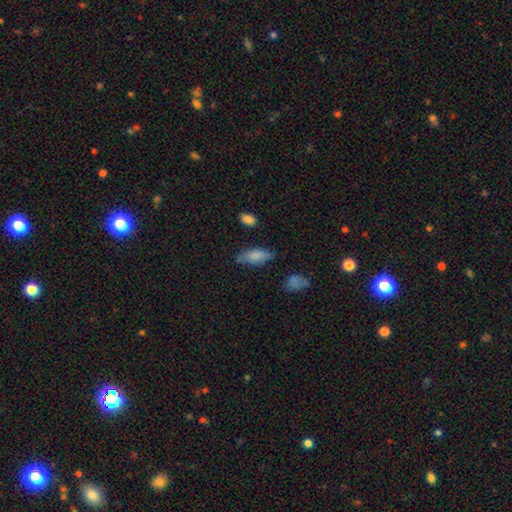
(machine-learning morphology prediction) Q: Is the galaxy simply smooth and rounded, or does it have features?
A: smooth — 78%.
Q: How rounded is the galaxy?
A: in between — 86%.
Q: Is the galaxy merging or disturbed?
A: none — 62%.